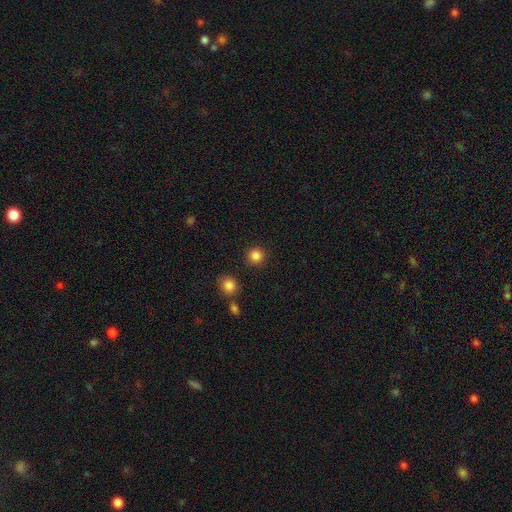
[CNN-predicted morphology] Smooth or featured: smooth — 85% (star or artifact — 11%)
How rounded: round — 94% (in between — 5%)
Merging: none — 90% (minor disturbance — 5%)